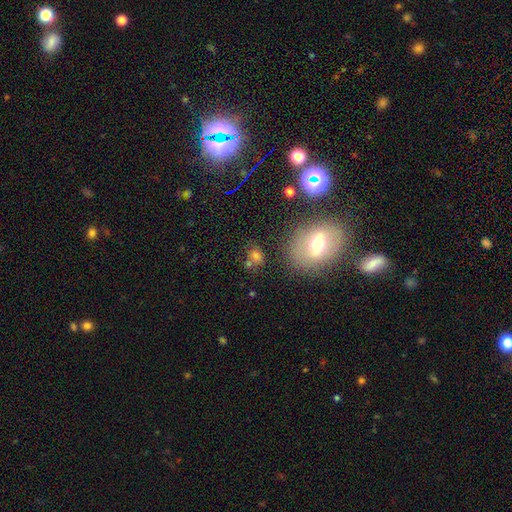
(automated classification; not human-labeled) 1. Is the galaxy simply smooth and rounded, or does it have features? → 66% smooth, 21% star or artifact, 12% featured or disk.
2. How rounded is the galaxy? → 53% in between, 45% round, 2% cigar-shaped.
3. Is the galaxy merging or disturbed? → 58% none, 18% merger, 16% minor disturbance, 8% major disturbance.